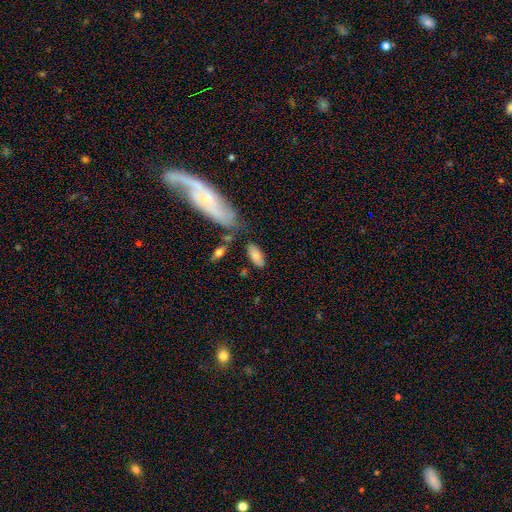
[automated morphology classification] This is clearly a smooth galaxy (81%). How rounded: clearly in between (86%). Merging: likely none (70%).